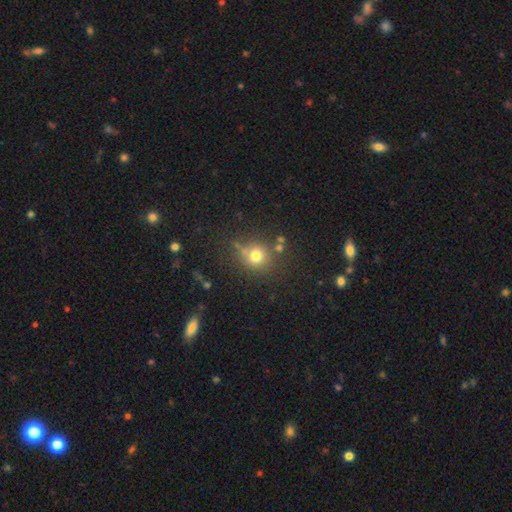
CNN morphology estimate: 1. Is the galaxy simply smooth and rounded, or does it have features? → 72% smooth, 19% star or artifact, 9% featured or disk.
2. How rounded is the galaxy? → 87% round, 12% in between, 1% cigar-shaped.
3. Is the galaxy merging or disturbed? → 74% none, 13% minor disturbance, 8% merger, 5% major disturbance.